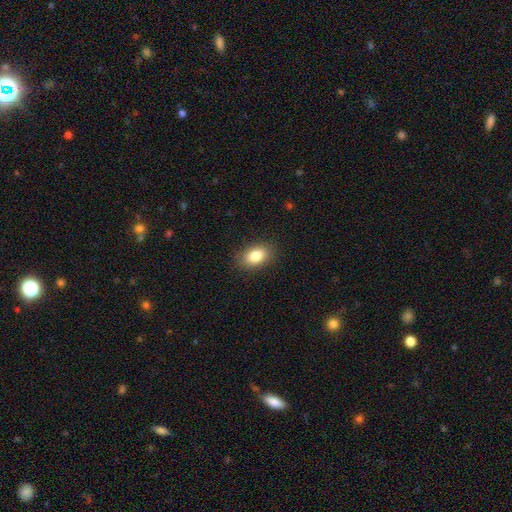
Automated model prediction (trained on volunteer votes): The model was most divided on "how rounded": in between: 87%, round: 12%, cigar-shaped: 2%. More confident: merging — none (87%); smooth or featured — smooth (84%).